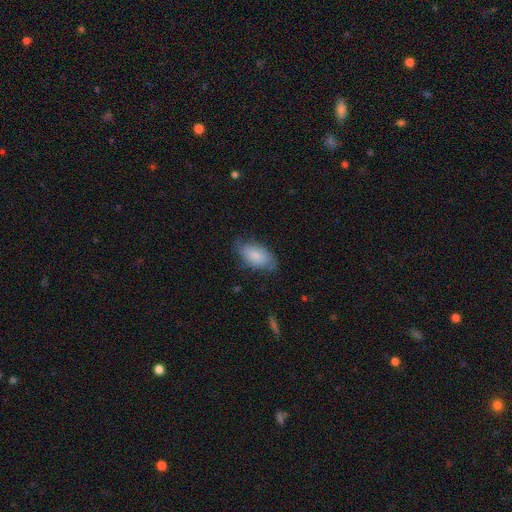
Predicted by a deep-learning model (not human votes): smooth_or_featured: smooth (p=0.78) [alt: featured or disk p=0.16]
how_rounded: in between (p=0.93) [alt: round p=0.04]
merging: none (p=0.61) [alt: minor disturbance p=0.30]